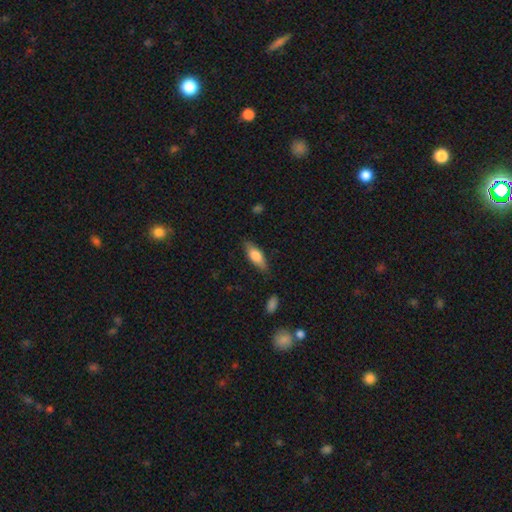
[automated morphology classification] smooth-or-featured: smooth: 72% | featured or disk: 22% | star or artifact: 6%
  how-rounded: in between: 68% | cigar-shaped: 29% | round: 3%
  merging: none: 79% | minor disturbance: 16% | major disturbance: 3% | merger: 2%